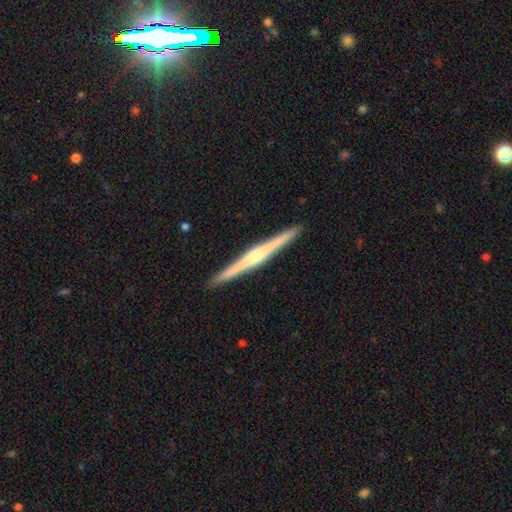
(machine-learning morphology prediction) Smooth or featured? Predicted: featured or disk (p=0.77). Edge-on disk? Predicted: yes (p=0.99). Edge-on bulge? Predicted: rounded (p=0.66). Merging? Predicted: none (p=0.93).